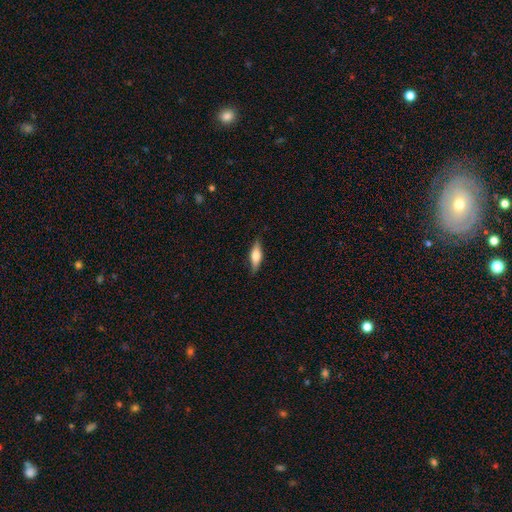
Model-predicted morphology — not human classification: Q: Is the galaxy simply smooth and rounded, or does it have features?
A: smooth — 53%.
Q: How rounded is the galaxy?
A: in between — 58%.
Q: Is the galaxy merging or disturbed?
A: none — 83%.